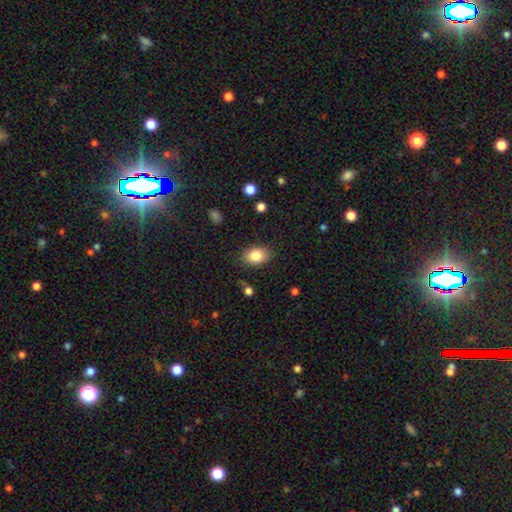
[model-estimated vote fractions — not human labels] Smooth or featured: smooth — 84% (featured or disk — 8%)
How rounded: in between — 81% (round — 18%)
Merging: none — 85% (minor disturbance — 11%)